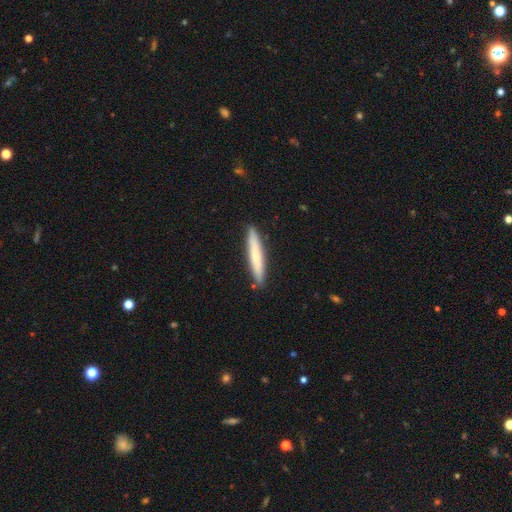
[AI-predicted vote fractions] This is likely a smooth galaxy (71%). How rounded: clearly cigar-shaped (94%). Merging: clearly none (90%).